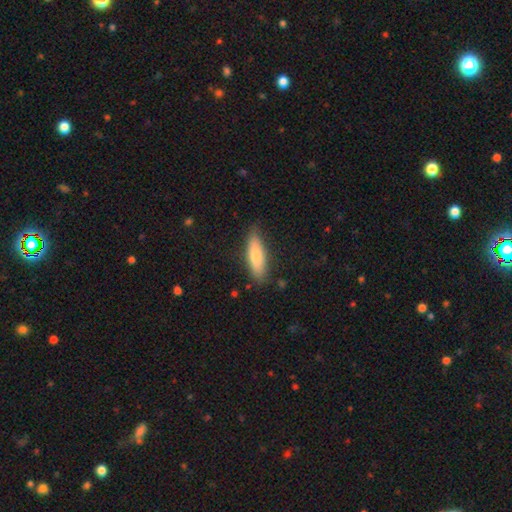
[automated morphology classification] Overall: smooth (73%). How rounded: cigar-shaped (62%; in between 37%). Merging: none (82%).